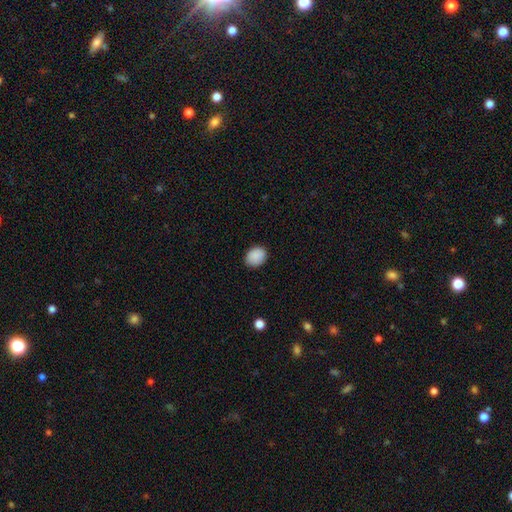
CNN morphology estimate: A smooth galaxy with no disk features (89%) that is in between round and cigar-shaped (51%). Merging: none (85%).